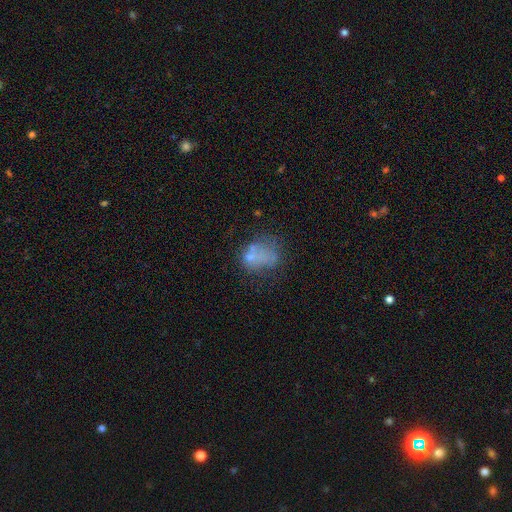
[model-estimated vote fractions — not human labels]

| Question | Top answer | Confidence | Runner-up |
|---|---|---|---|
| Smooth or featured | smooth | 47% | featured or disk (36%) |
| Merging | none | 40% | major disturbance (24%) |